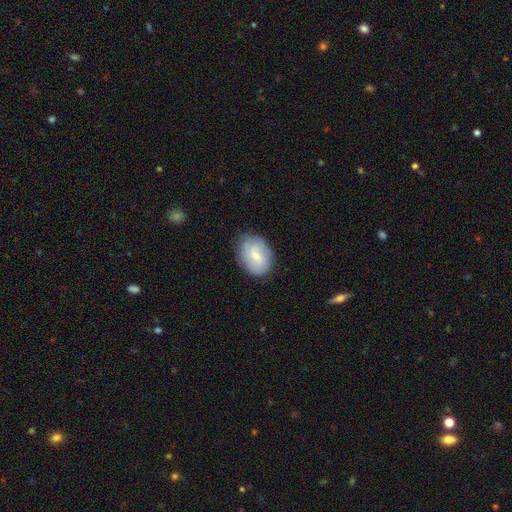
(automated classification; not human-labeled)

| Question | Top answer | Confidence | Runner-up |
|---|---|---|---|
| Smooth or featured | smooth | 56% | featured or disk (37%) |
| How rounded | in between | 73% | round (26%) |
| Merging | none | 79% | minor disturbance (16%) |